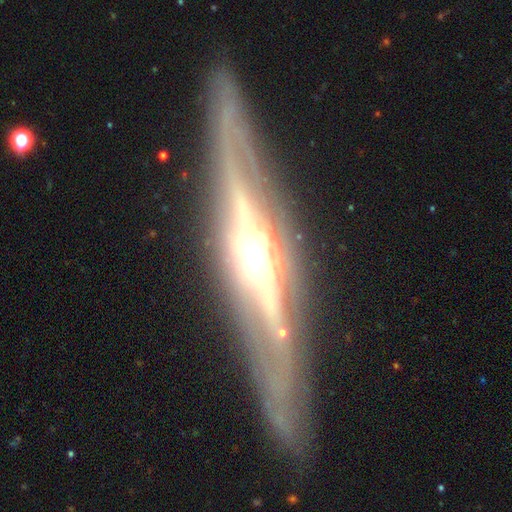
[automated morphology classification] smooth_or_featured: featured or disk (p=0.86) [alt: smooth p=0.09]
disk_edge_on: yes (p=0.89) [alt: no p=0.11]
edge_on_bulge: rounded (p=0.88) [alt: boxy p=0.07]
merging: none (p=0.85) [alt: minor disturbance p=0.10]